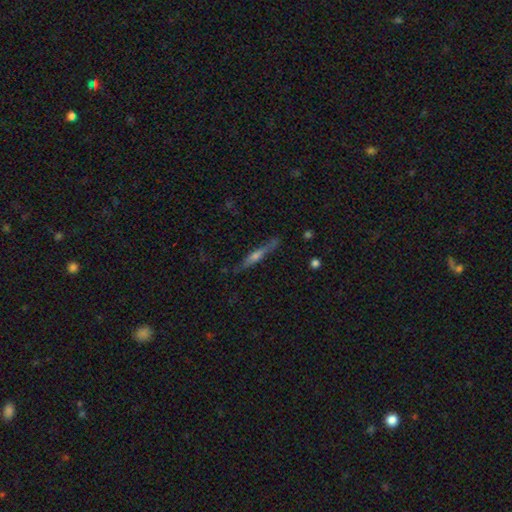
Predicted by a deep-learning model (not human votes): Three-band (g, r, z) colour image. It shows a featured or disk galaxy (62%) viewed edge-on (96%) with a rounded central bulge (74%). Merging: none (83%).